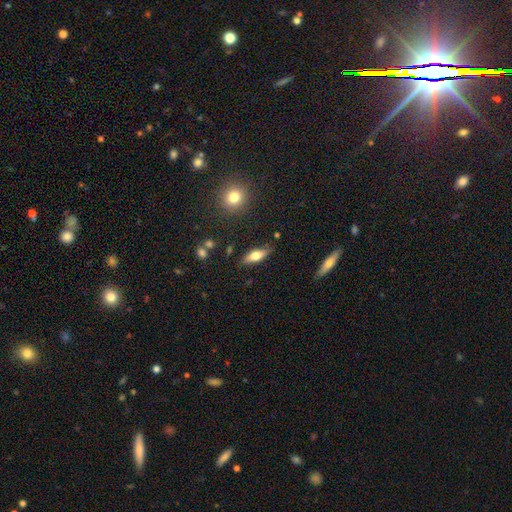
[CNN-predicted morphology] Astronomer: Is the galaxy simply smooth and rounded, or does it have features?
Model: smooth — 59%.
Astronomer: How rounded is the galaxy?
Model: in between — 63%.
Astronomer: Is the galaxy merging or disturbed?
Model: none — 82%.